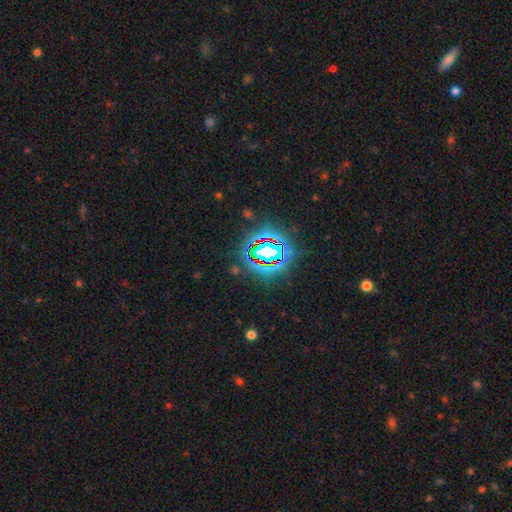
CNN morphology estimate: This is clearly a star or artifact rather than a galaxy (82%).